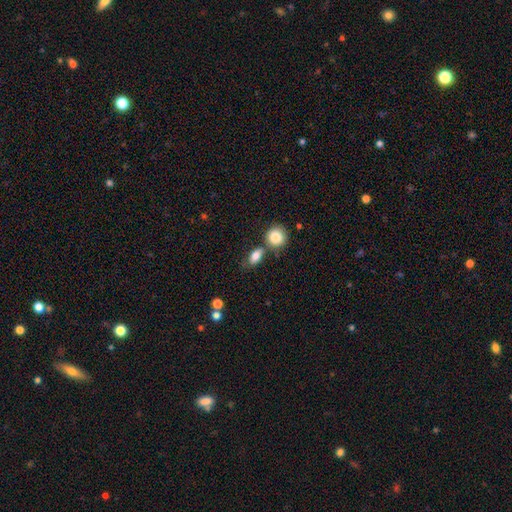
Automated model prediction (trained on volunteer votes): Smooth or featured? Predicted: smooth (p=0.83). How rounded? Predicted: in between (p=0.78). Merging? Predicted: none (p=0.55).